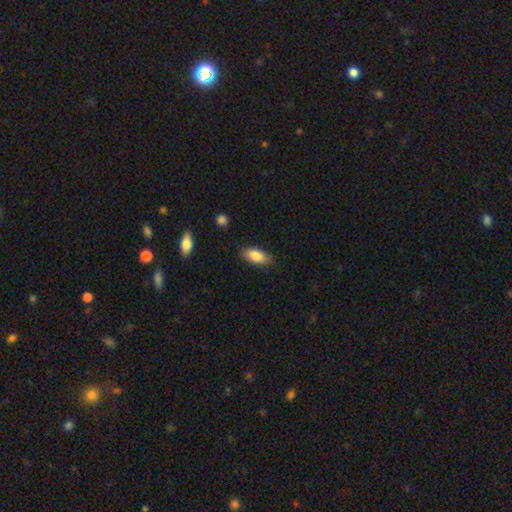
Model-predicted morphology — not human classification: type=smooth (83%); roundness=in between (87%); merging=none (84%).